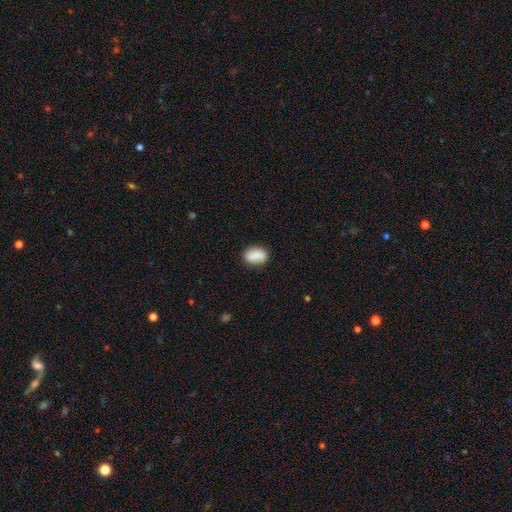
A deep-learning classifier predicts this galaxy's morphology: This is clearly a smooth galaxy (85%). How rounded: clearly in between (84%). Merging: clearly none (81%).